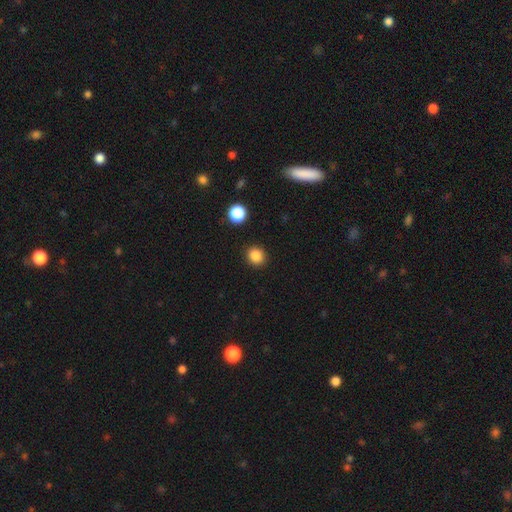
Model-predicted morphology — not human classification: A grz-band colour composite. It shows a smooth galaxy with no disk features (86%) that is round (80%). Merging: none (90%).